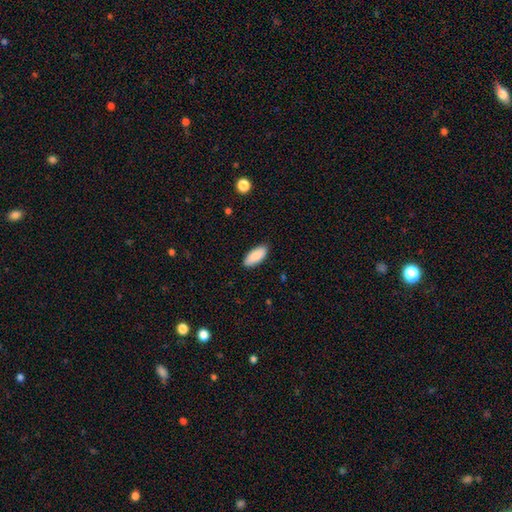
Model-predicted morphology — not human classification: Smooth or featured?
  - smooth: 88% *
  - featured or disk: 6%
  - star or artifact: 6%
How rounded?
  - in between: 88% *
  - cigar-shaped: 10%
  - round: 2%
Merging?
  - none: 88% *
  - minor disturbance: 10%
  - major disturbance: 2%
  - merger: 1%